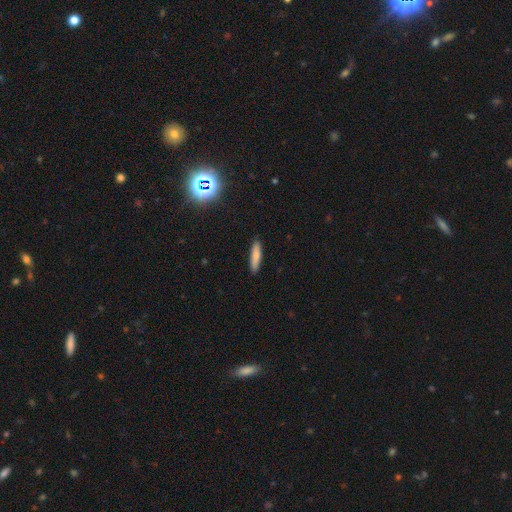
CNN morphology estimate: smooth_or_featured: smooth (p=0.79) [alt: featured or disk p=0.13]
how_rounded: cigar-shaped (p=0.81) [alt: in between p=0.17]
merging: none (p=0.89) [alt: minor disturbance p=0.08]